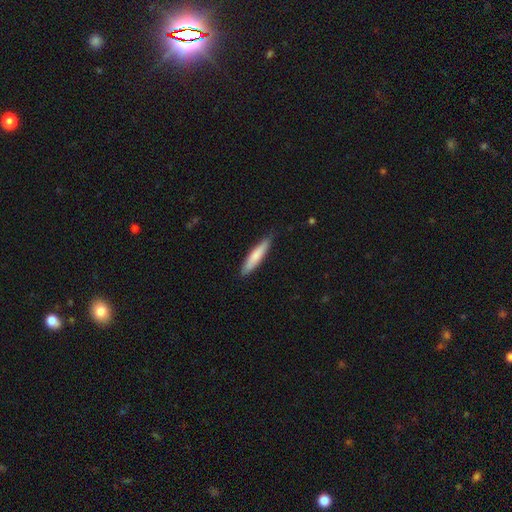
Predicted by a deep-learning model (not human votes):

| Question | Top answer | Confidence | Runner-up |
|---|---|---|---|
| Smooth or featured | smooth | 76% | featured or disk (19%) |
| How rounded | cigar-shaped | 84% | in between (14%) |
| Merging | none | 84% | minor disturbance (13%) |